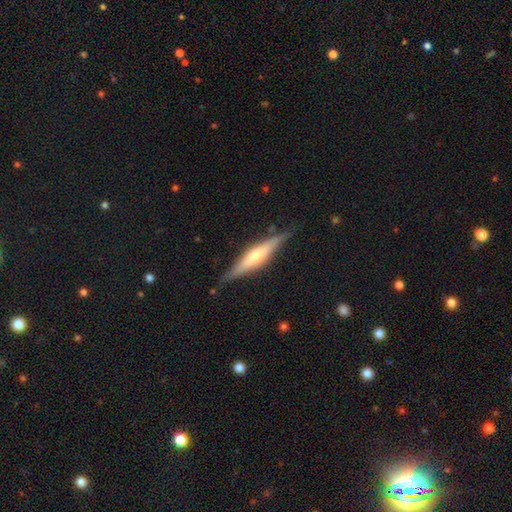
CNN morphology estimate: Q: Smooth or featured?
A: featured or disk (66%); runner-up: smooth (28%)
Q: Edge-on disk?
A: yes (96%); runner-up: no (4%)
Q: Edge-on bulge?
A: rounded (76%); runner-up: boxy (14%)
Q: Merging?
A: none (84%); runner-up: minor disturbance (12%)